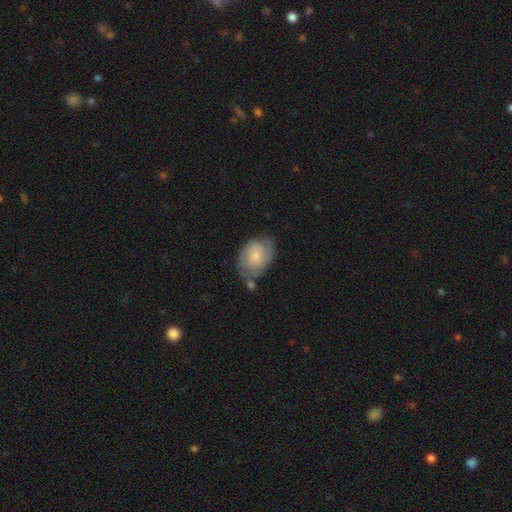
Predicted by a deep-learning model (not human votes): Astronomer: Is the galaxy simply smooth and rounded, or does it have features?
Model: smooth — 60%.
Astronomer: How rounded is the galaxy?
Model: in between — 75%.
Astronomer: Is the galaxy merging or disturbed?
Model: none — 51% (runner-up: minor disturbance, 30%).